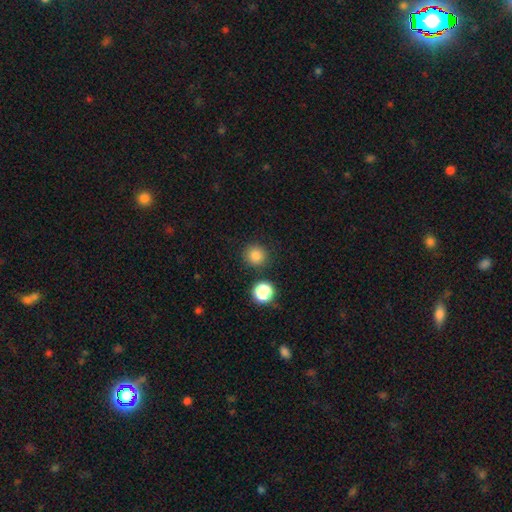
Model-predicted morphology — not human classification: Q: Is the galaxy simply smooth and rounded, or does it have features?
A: smooth — 82%.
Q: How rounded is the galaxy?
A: round — 93%.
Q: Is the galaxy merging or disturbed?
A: none — 87%.